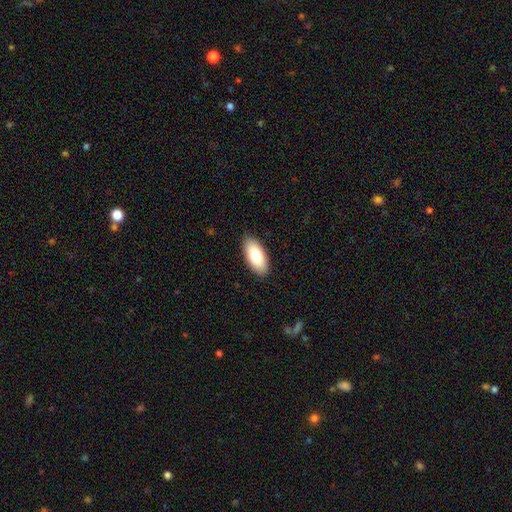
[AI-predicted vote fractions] Smooth or featured? smooth (82%)
How rounded? in between (91%)
Merging? none (90%)